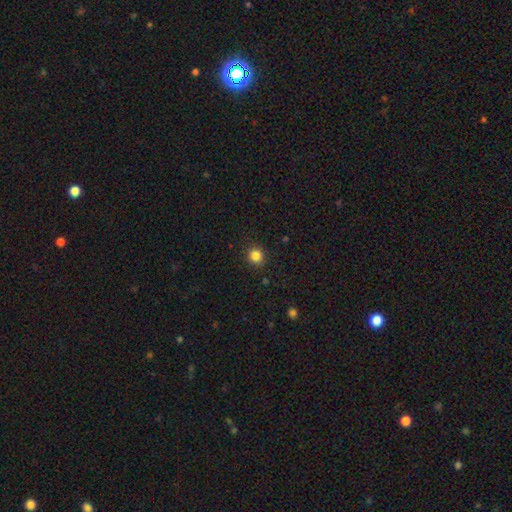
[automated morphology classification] type=smooth (84%); roundness=round (90%); merging=none (90%).